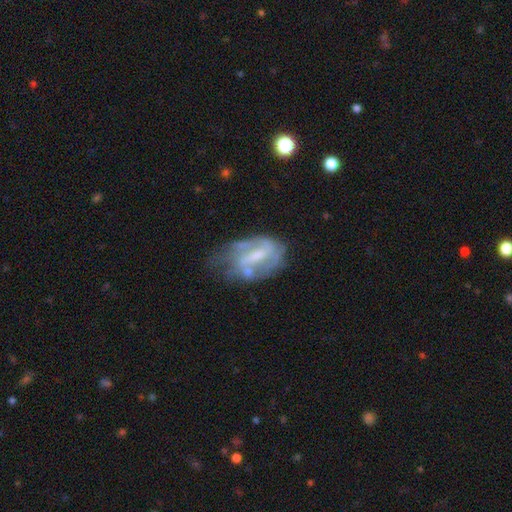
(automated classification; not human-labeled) A featured or disk galaxy (72%) with a weak bar (45%), spiral arms (70%) and a small central bulge (38%).

Vote fractions:
- Smooth or featured? featured or disk: 72% / smooth: 19% / star or artifact: 8%
- Edge-on disk? no: 95% / yes: 5%
- Bar? weak: 45% / strong: 35% / no: 20%
- Spiral arms? yes: 70% / no: 30%
- Bulge size? small: 38% / moderate: 32% / none: 25% / large: 4% / dominant: 1%
- Merging? none: 40% / minor disturbance: 31% / major disturbance: 24% / merger: 6%